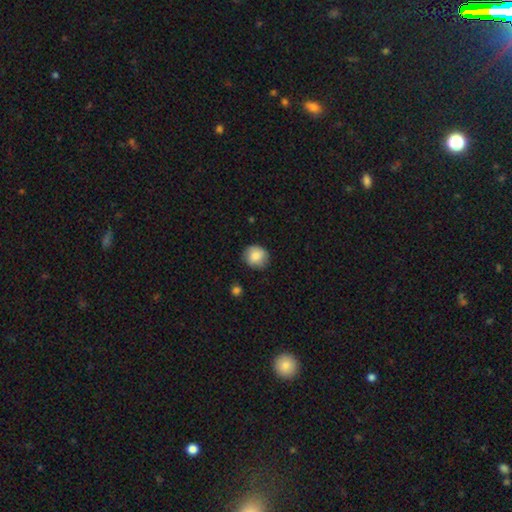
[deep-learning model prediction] Smooth or featured? smooth (85%)
How rounded? round (85%)
Merging? none (79%)